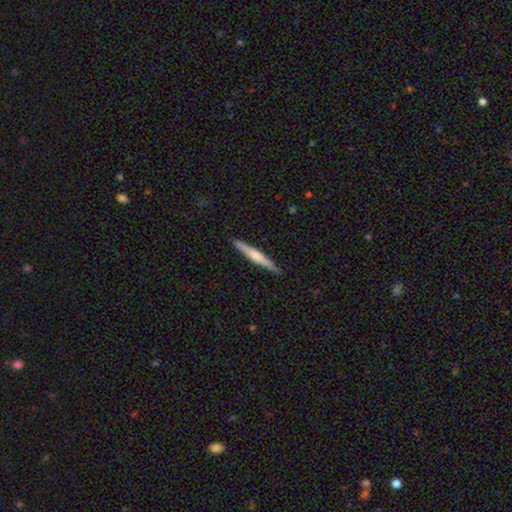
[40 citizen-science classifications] Smooth or featured? 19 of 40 (48%) said smooth. How rounded? 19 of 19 (100%) said cigar-shaped. Merging? 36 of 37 (97%) said none.